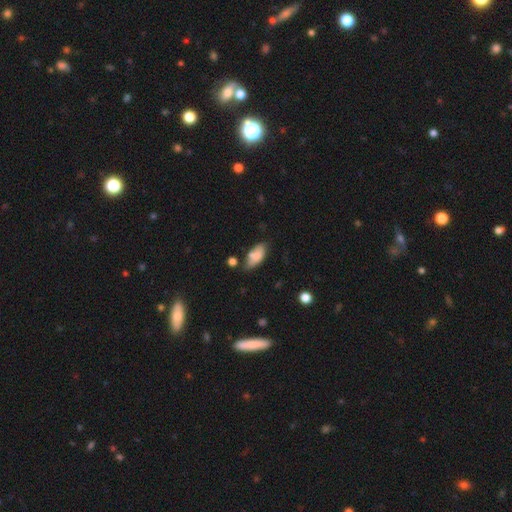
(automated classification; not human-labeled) This is likely a smooth galaxy (78%). How rounded: clearly in between (87%). Merging: possibly none (57%).